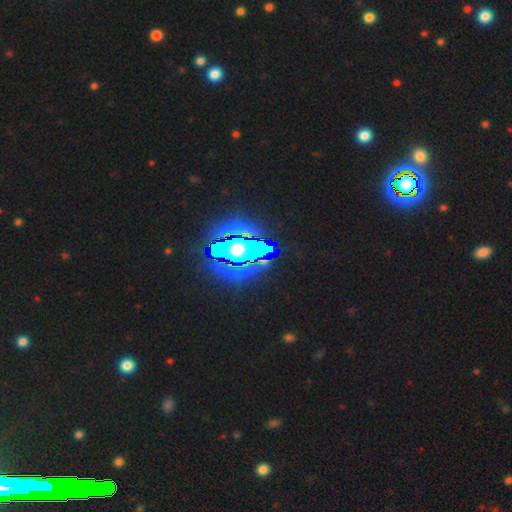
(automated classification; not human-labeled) Smooth or featured?
  - star or artifact: 48% *
  - featured or disk: 35%
  - smooth: 17%